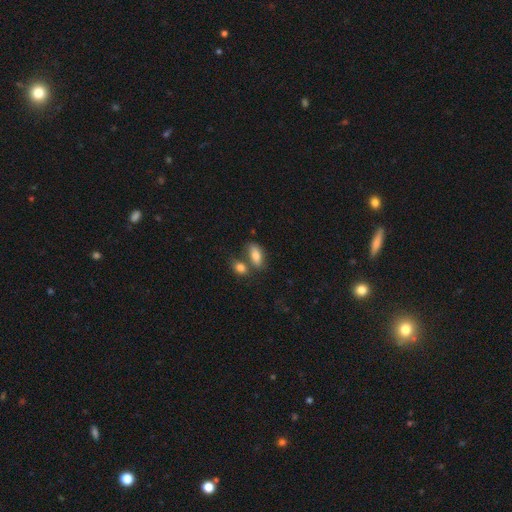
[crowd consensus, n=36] smooth-or-featured: smooth: 72% | featured or disk: 22% | star or artifact: 6%
  how-rounded: in between: 65% | cigar-shaped: 31% | round: 4%
  merging: none: 59% | merger: 26% | minor disturbance: 9% | major disturbance: 6%